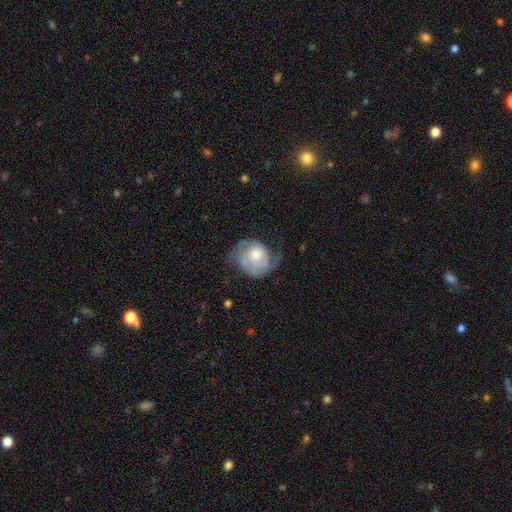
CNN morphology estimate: Smooth or featured?
  - featured or disk: 71% *
  - smooth: 23%
  - star or artifact: 6%
Edge-on disk?
  - no: 98% *
  - yes: 2%
Bar?
  - no: 76% *
  - weak: 21%
  - strong: 3%
Spiral arms?
  - yes: 88% *
  - no: 12%
Spiral winding?
  - medium: 41% *
  - tight: 31%
  - loose: 27%
Spiral arm count?
  - 2: 69% *
  - 1: 14%
  - can't tell: 11%
  - 3: 3%
  - 4: 2%
  - more than 4: 2%
Bulge size?
  - moderate: 48% *
  - small: 24%
  - large: 18%
  - none: 6%
  - dominant: 3%
Merging?
  - none: 44% *
  - minor disturbance: 26%
  - major disturbance: 26%
  - merger: 4%